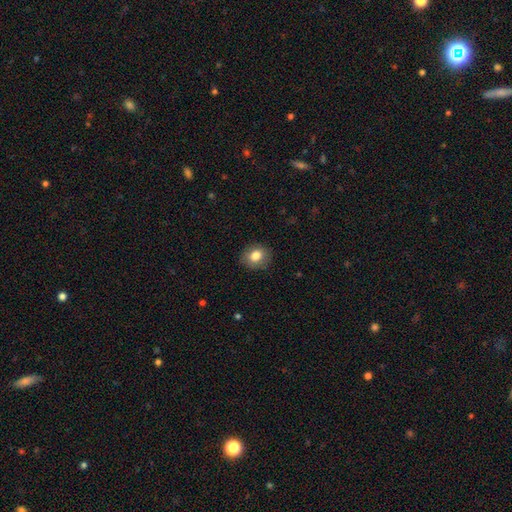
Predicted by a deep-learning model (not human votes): Smooth or featured? Predicted: smooth (p=0.82). How rounded? Predicted: round (p=0.67). Merging? Predicted: none (p=0.85).